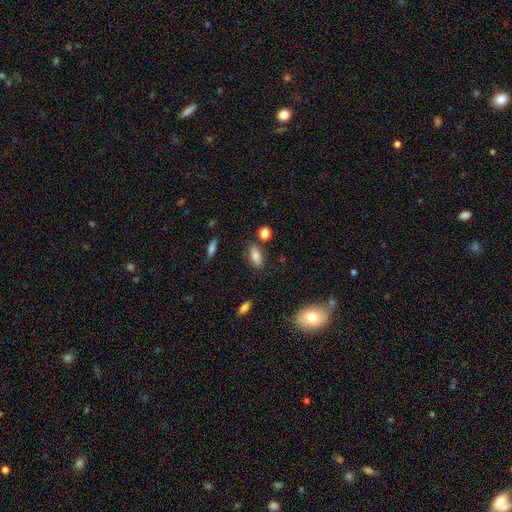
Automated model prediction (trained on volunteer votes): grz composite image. It shows a smooth galaxy with no disk features (80%) that is in between round and cigar-shaped (81%). Merging: none (79%).